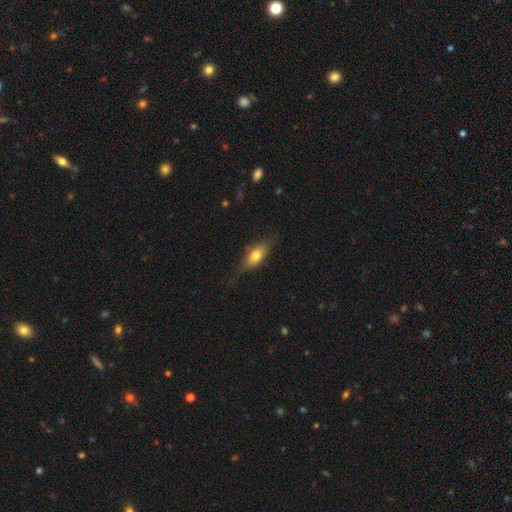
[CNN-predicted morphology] smooth-or-featured: smooth: 69% | featured or disk: 23% | star or artifact: 7%
  how-rounded: in between: 77% | cigar-shaped: 16% | round: 7%
  merging: none: 64% | minor disturbance: 25% | major disturbance: 9% | merger: 2%